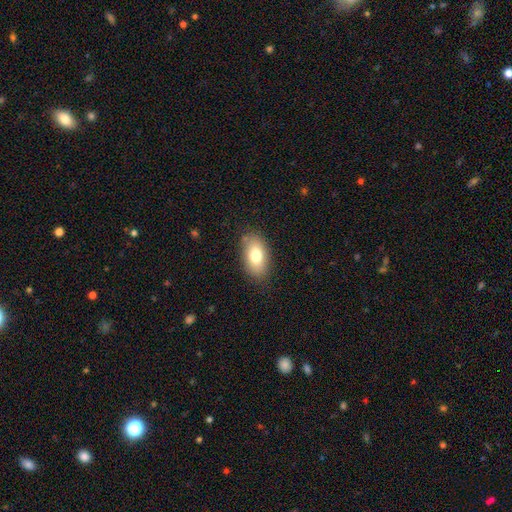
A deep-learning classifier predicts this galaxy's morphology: type=smooth (77%); roundness=in between (91%); merging=none (82%).